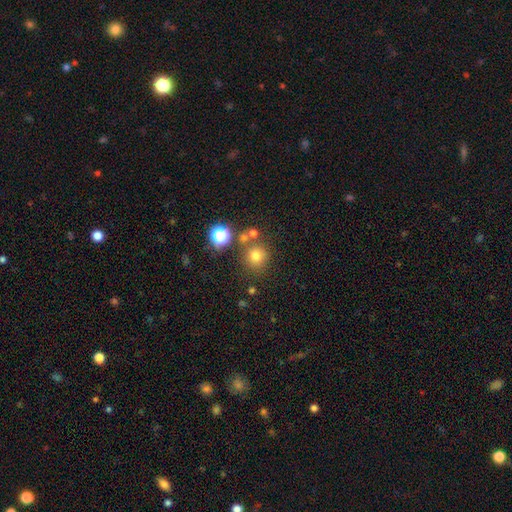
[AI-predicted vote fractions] Overall: smooth (72%). How rounded: round (91%). Merging: none (72%).